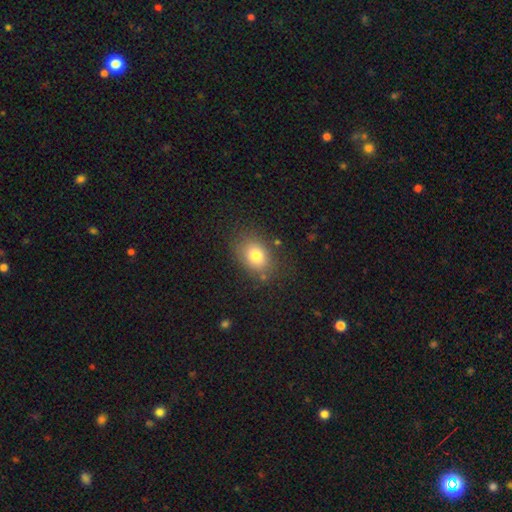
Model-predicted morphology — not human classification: Smooth or featured: smooth — 79% (featured or disk — 11%)
How rounded: in between — 69% (round — 30%)
Merging: none — 79% (minor disturbance — 14%)